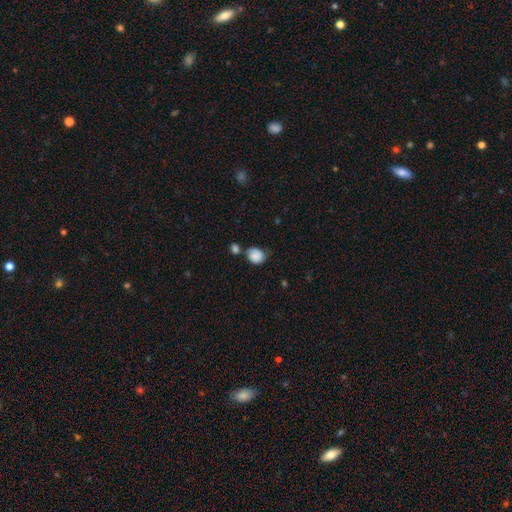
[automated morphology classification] The model was most divided on "merging": none: 49%, minor disturbance: 23%, merger: 21%, major disturbance: 7%. More confident: smooth or featured — smooth (85%); how rounded — round (65%).